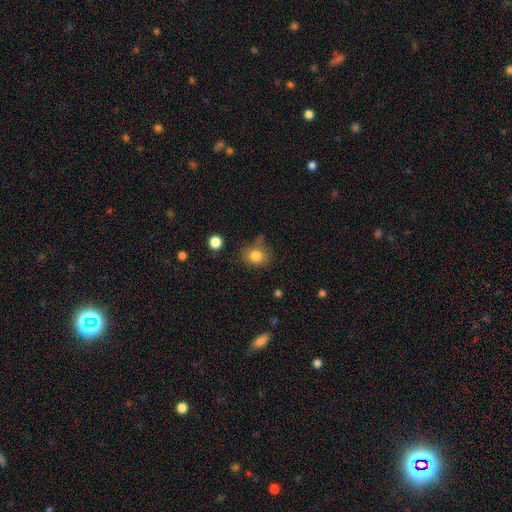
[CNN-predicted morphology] This appears to be a smooth galaxy with no disk features (82%) that is round (65%). Merging: none (66%).